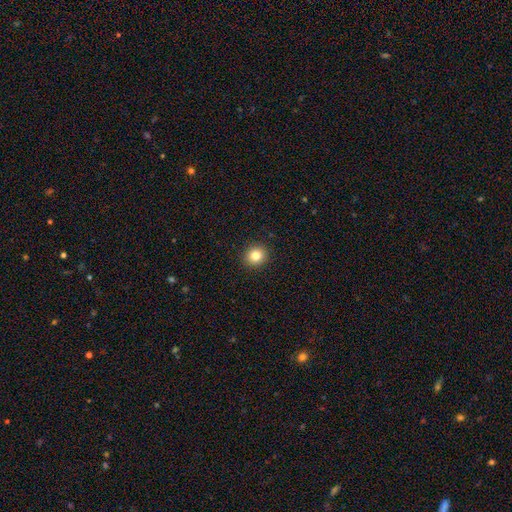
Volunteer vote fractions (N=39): A smooth galaxy with no disk features (87%) that is round (79%).

Vote fractions:
- Smooth or featured? smooth: 87% / star or artifact: 8% / featured or disk: 5%
- How rounded? round: 79% / in between: 21% / cigar-shaped: 0%
- Merging? none: 81% / minor disturbance: 17% / merger: 3% / major disturbance: 0%